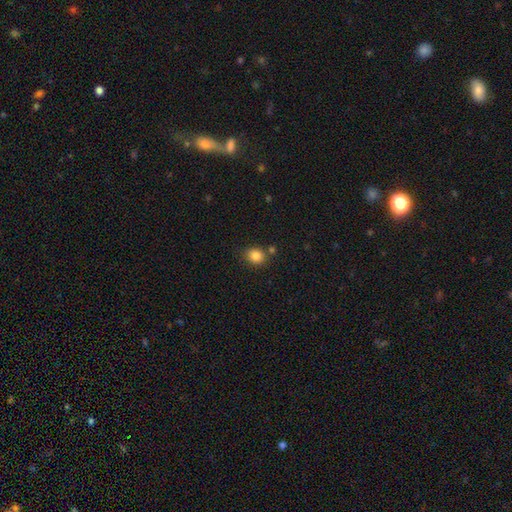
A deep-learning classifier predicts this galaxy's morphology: The model was most divided on "how rounded": round: 68%, in between: 31%, cigar-shaped: 1%. More confident: smooth or featured — smooth (85%); merging — none (75%).